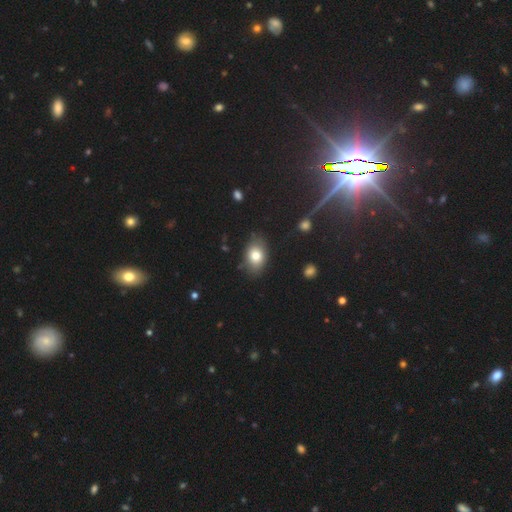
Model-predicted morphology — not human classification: Q: Smooth or featured?
A: smooth (78%); runner-up: featured or disk (12%)
Q: How rounded?
A: in between (77%); runner-up: round (21%)
Q: Merging?
A: none (80%); runner-up: minor disturbance (14%)